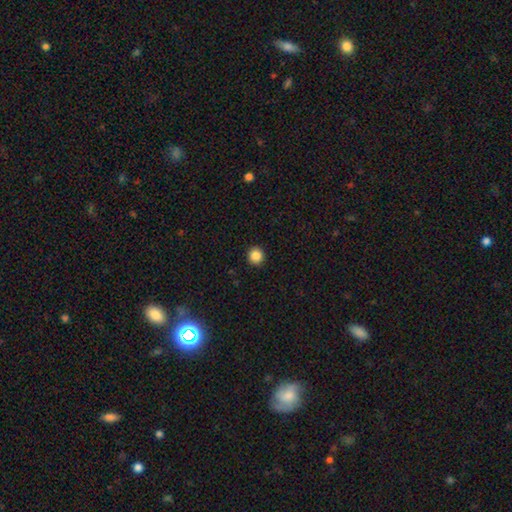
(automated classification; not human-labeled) Smooth or featured: smooth — 86% (star or artifact — 10%)
How rounded: round — 94% (in between — 5%)
Merging: none — 93% (minor disturbance — 4%)